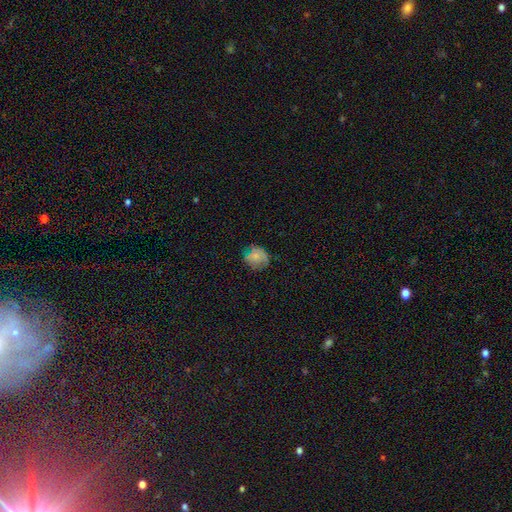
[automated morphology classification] The model was most divided on "merging": none: 65%, minor disturbance: 25%, major disturbance: 8%, merger: 1%. More confident: how rounded — round (71%); smooth or featured — smooth (70%).